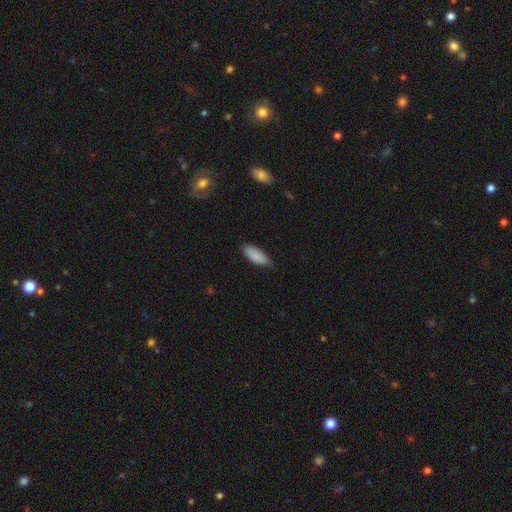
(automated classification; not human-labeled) The model was most divided on "how rounded": in between: 78%, cigar-shaped: 20%, round: 2%. More confident: smooth or featured — smooth (88%); merging — none (77%).